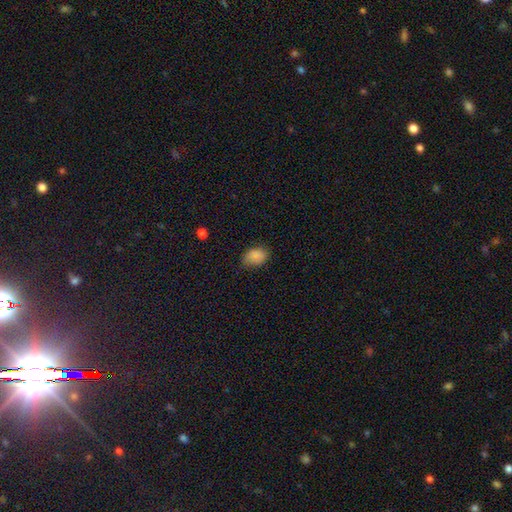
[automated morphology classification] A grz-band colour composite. It shows a smooth galaxy with no disk features (87%) that is in between round and cigar-shaped (80%). Merging: none (71%).